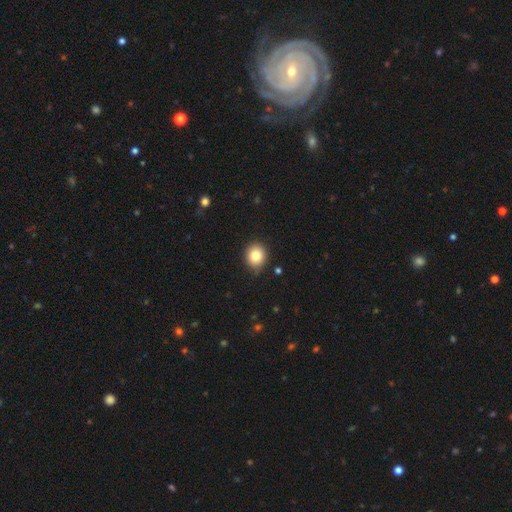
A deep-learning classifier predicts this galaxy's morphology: Overall: smooth (82%). How rounded: round (77%). Merging: none (85%).